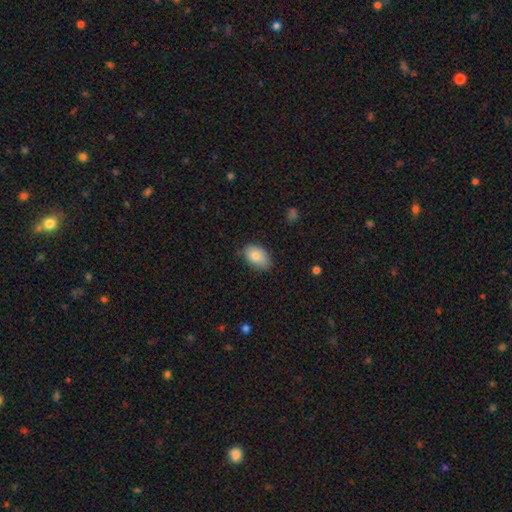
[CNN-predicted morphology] This appears to be a smooth galaxy with no disk features (84%) that is in between round and cigar-shaped (90%). Merging: none (74%).